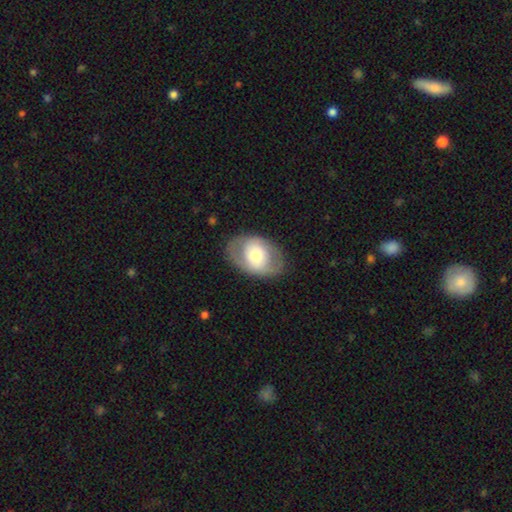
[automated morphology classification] smooth_or_featured: smooth (p=0.52) [alt: featured or disk p=0.42]
how_rounded: in between (p=0.78) [alt: round p=0.21]
merging: none (p=0.79) [alt: minor disturbance p=0.13]